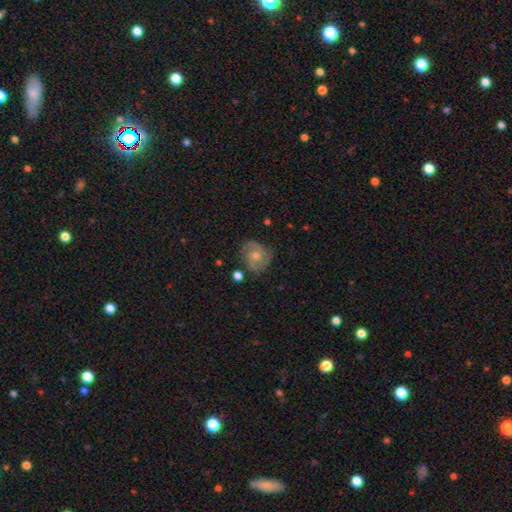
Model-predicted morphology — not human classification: smooth-or-featured: featured or disk: 74% | smooth: 16% | star or artifact: 10%
  disk-edge-on: no: 97% | yes: 3%
    bar: no: 72% | weak: 24% | strong: 4%
    has-spiral-arms: yes: 93% | no: 7%
      spiral-winding: tight: 48% | medium: 41% | loose: 11%
      spiral-arm-count: 2: 42% | 3: 28% | can't tell: 17% | 4: 5% | 1: 4% | more than 4: 4%
    bulge-size: moderate: 54% | small: 41% | large: 2% | none: 2% | dominant: 1%
  merging: none: 76% | minor disturbance: 16% | major disturbance: 5% | merger: 2%